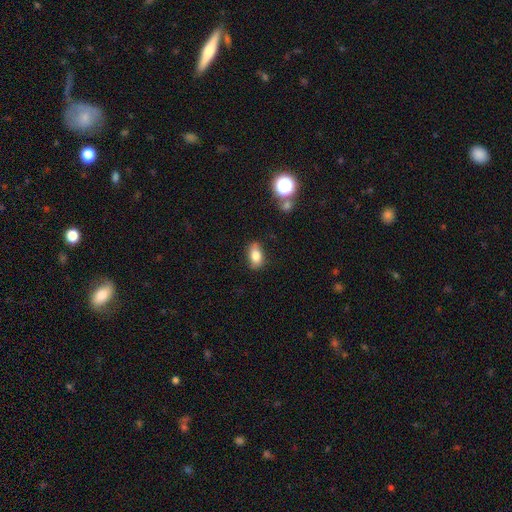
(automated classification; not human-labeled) Morphology: type=smooth (81%); roundness=in between (87%); merging=none (80%).